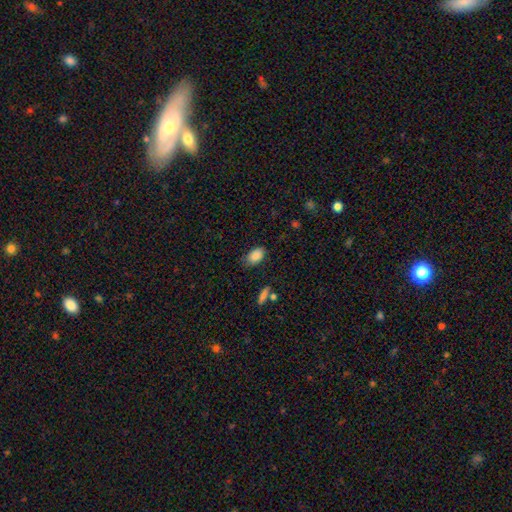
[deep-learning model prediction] Q: Smooth or featured?
A: smooth (86%); runner-up: star or artifact (8%)
Q: How rounded?
A: in between (90%); runner-up: round (8%)
Q: Merging?
A: none (76%); runner-up: minor disturbance (18%)